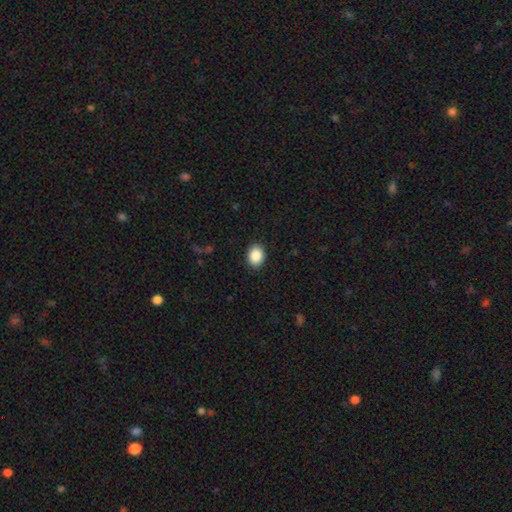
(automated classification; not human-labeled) The model was most divided on "how rounded": in between: 55%, round: 44%, cigar-shaped: 1%. More confident: merging — none (89%); smooth or featured — smooth (88%).